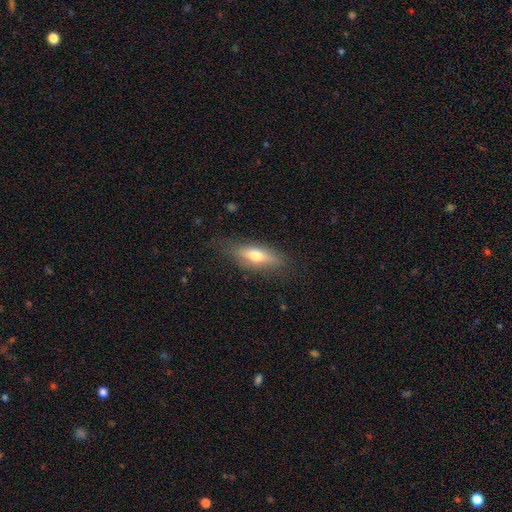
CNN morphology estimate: A smooth galaxy with no disk features (58%) that is cigar-shaped (48%, tied with in between). Merging: none (78%).